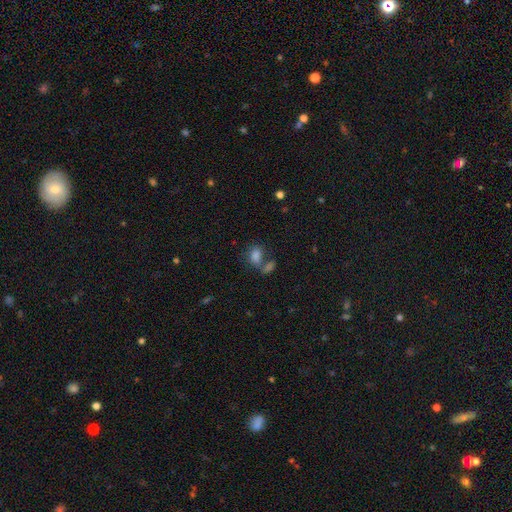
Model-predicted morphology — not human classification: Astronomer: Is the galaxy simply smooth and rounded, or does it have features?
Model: smooth — 80%.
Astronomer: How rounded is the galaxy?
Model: in between — 79%.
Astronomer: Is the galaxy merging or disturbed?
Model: none — 41%, tied with merger at 41%.